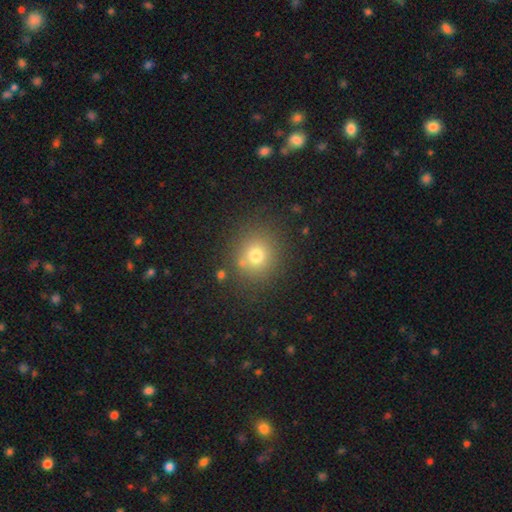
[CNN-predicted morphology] A smooth galaxy with no disk features (74%) that is round (86%). Merging: none (81%).